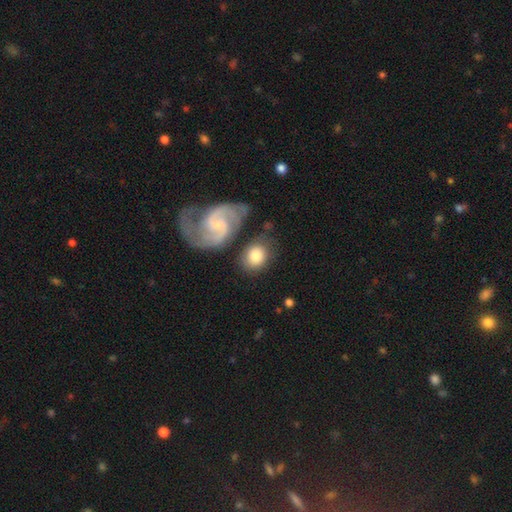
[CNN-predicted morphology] This is likely a smooth galaxy (67%). How rounded: possibly round (57%). Merging: likely none (65%).